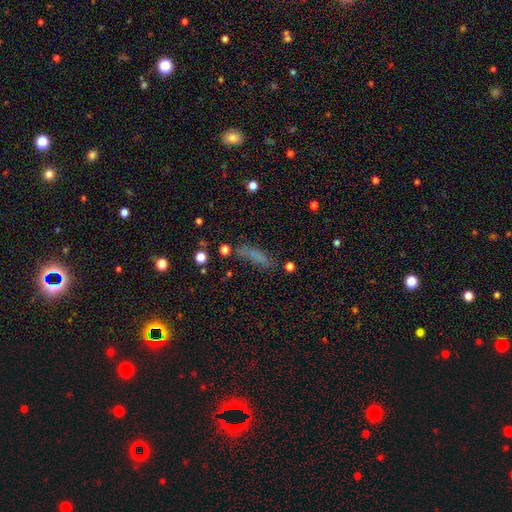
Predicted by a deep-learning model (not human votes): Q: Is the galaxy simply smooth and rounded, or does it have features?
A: smooth — 63%.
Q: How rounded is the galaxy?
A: cigar-shaped — 62%.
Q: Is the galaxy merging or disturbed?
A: none — 59%.